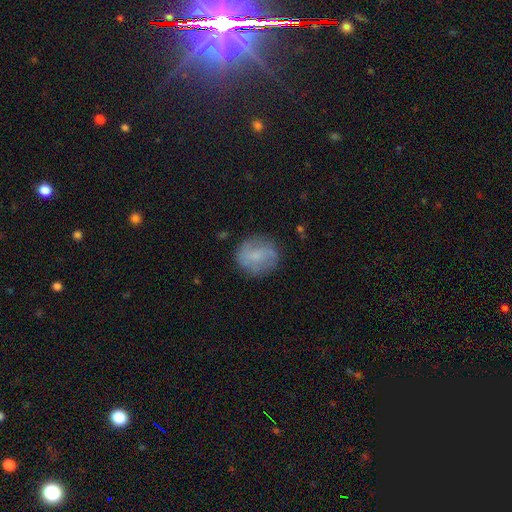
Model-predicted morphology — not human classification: This appears to be a smooth galaxy with no disk features (57%) that is round (85%). Merging: none (79%).